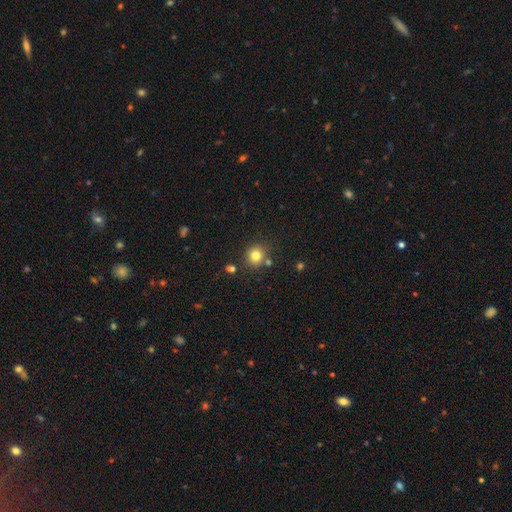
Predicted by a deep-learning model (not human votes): smooth-or-featured: smooth: 80% | star or artifact: 13% | featured or disk: 7%
  how-rounded: round: 85% | in between: 14% | cigar-shaped: 1%
  merging: none: 79% | minor disturbance: 10% | merger: 8% | major disturbance: 3%